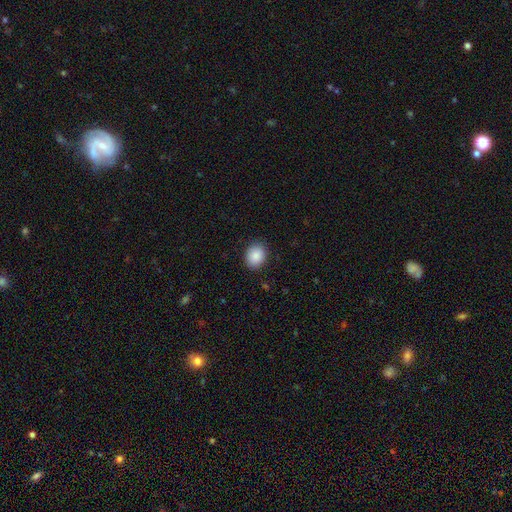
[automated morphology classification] Q: Smooth or featured?
A: smooth (89%); runner-up: star or artifact (7%)
Q: How rounded?
A: in between (53%); runner-up: round (46%)
Q: Merging?
A: none (88%); runner-up: minor disturbance (9%)